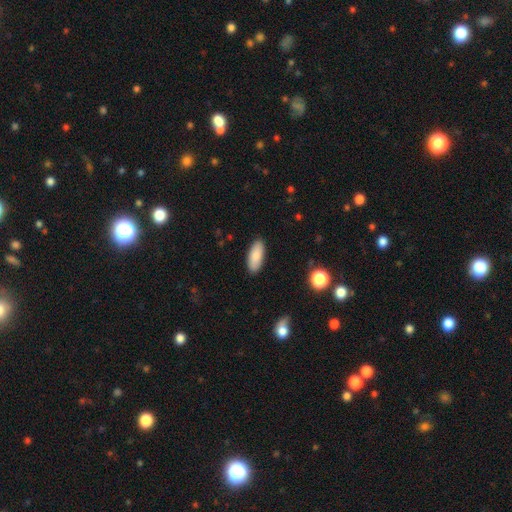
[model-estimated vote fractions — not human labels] smooth 87%, featured or disk 7%, star or artifact 6%. Down the decision tree: how rounded — in between (82%); merging — none (89%).